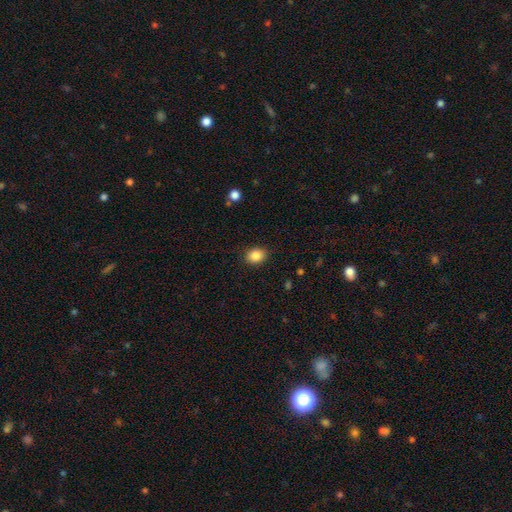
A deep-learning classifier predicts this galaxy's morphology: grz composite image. It shows a smooth galaxy with no disk features (87%) that is in between round and cigar-shaped (54%). Merging: none (88%).